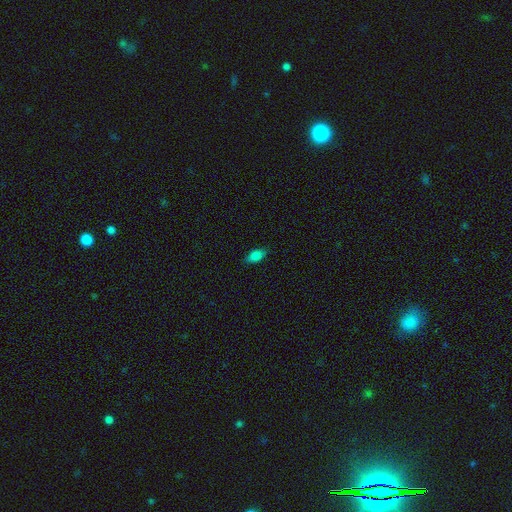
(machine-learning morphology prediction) This is likely a smooth galaxy (80%). How rounded: clearly in between (86%). Merging: clearly none (83%).